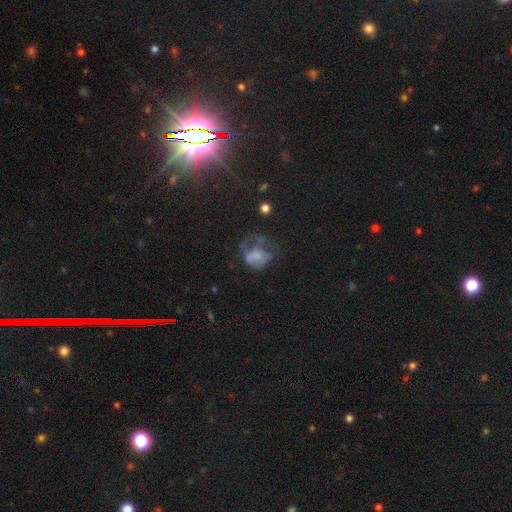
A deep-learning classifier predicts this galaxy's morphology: Q: Smooth or featured?
A: smooth (46%); runner-up: featured or disk (42%)
Q: Merging?
A: major disturbance (49%); runner-up: none (25%)